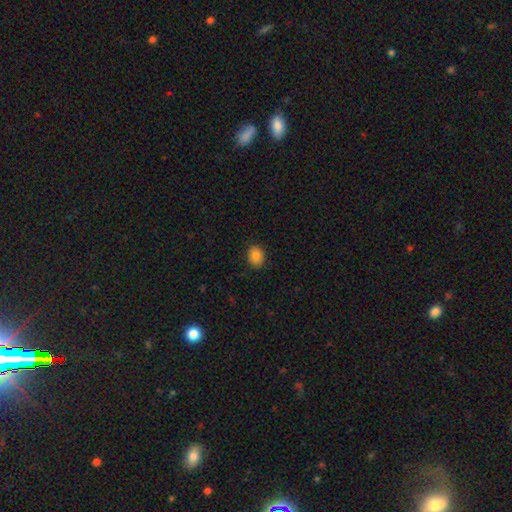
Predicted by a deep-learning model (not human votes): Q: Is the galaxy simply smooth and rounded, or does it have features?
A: smooth — 85%.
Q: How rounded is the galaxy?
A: in between — 54%.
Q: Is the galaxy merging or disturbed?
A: none — 88%.